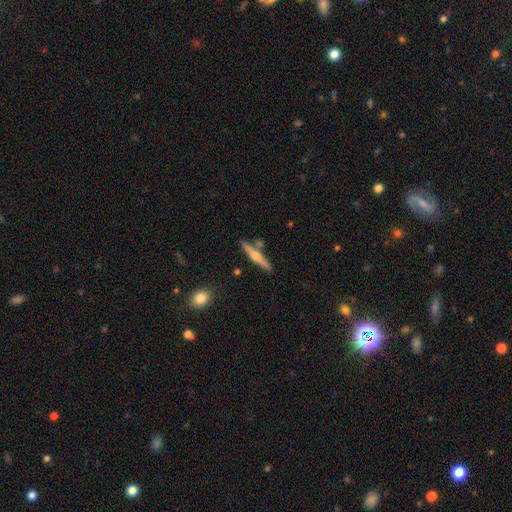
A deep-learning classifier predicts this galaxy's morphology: type=featured or disk (53%); edge-on=yes (97%); edge-on bulge=rounded (82%); merging=none (81%).